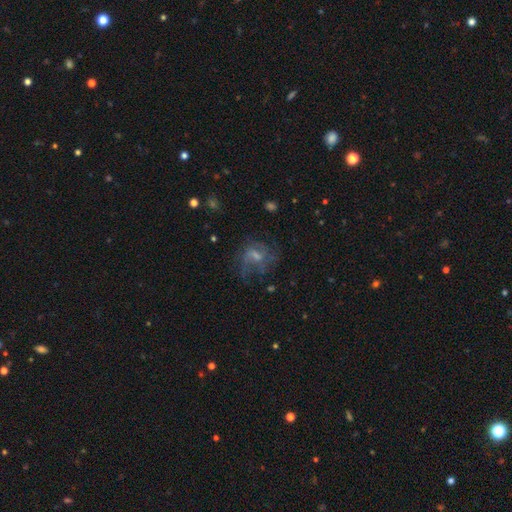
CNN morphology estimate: A featured or disk galaxy (59%) with a weak bar (46%), spiral arms (73%) and a moderate central bulge (39%).

Vote fractions:
- Smooth or featured? featured or disk: 59% / smooth: 28% / star or artifact: 13%
- Edge-on disk? no: 97% / yes: 3%
- Bar? weak: 46% / no: 45% / strong: 9%
- Spiral arms? yes: 73% / no: 27%
- Bulge size? moderate: 39% / small: 38% / none: 18% / large: 5% / dominant: 1%
- Merging? none: 52% / major disturbance: 26% / minor disturbance: 20% / merger: 2%